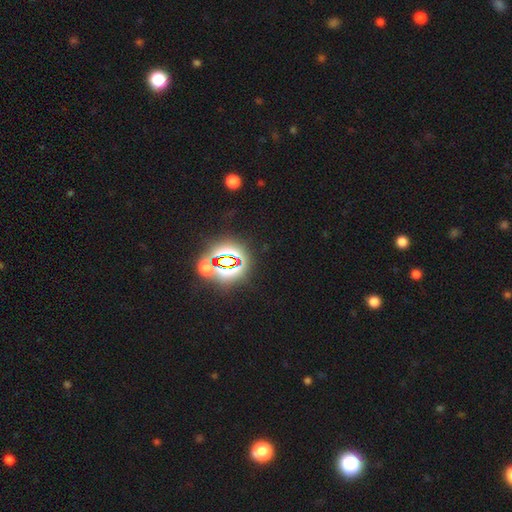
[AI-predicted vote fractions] Overall: star or artifact (84%).